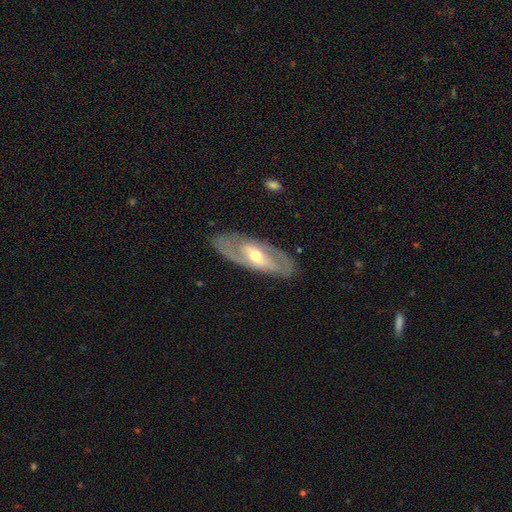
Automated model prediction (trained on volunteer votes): Overall: featured or disk (78%). Edge-on disk: no (85%). Bar: weak (37%; strong 32%). Spiral arms: yes (71%). Bulge size: moderate (61%; small 33%). Merging: none (84%).